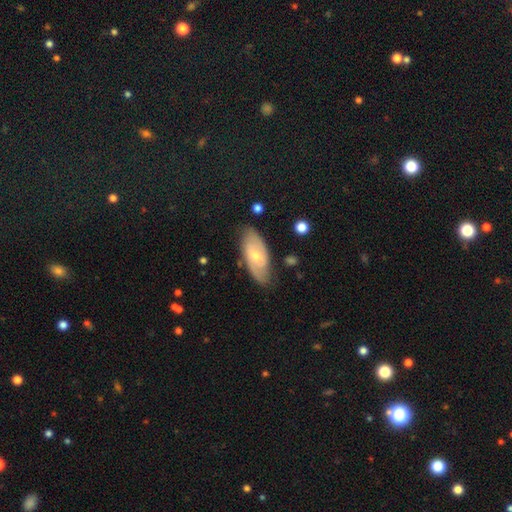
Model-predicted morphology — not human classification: A featured or disk galaxy (57%) with a weak bar (48%), spiral arms (79%) and a small central bulge (52%). Merging: none (78%).